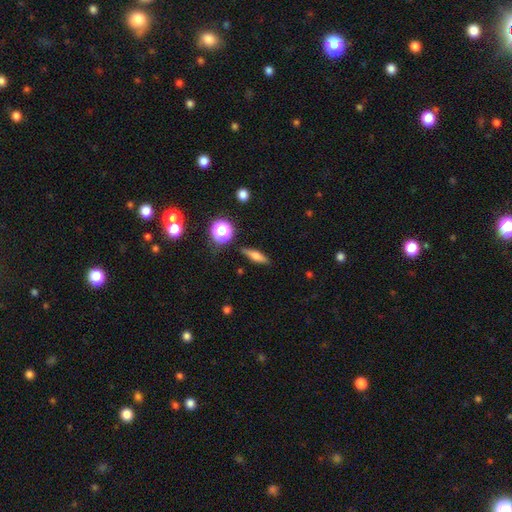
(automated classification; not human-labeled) Smooth or featured? Predicted: smooth (p=0.54). How rounded? Predicted: cigar-shaped (p=0.60). Merging? Predicted: none (p=0.86).